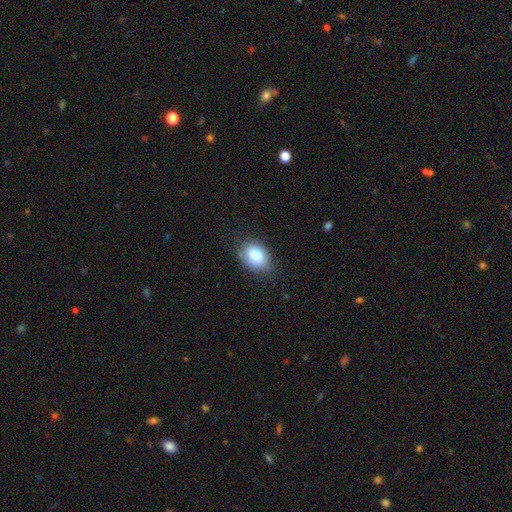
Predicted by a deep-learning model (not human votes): Q: Smooth or featured?
A: smooth (80%); runner-up: featured or disk (10%)
Q: How rounded?
A: in between (68%); runner-up: round (31%)
Q: Merging?
A: none (77%); runner-up: minor disturbance (18%)